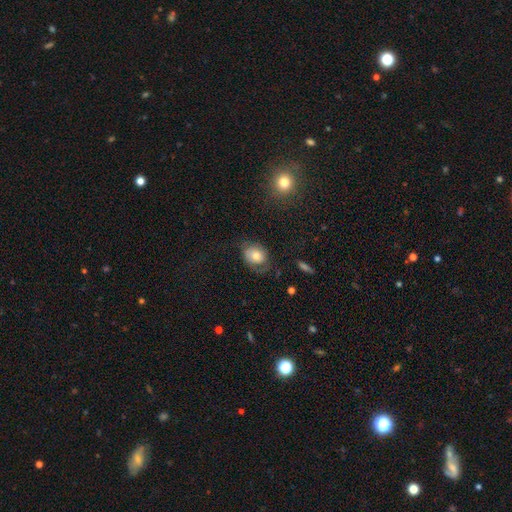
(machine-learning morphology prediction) smooth 67%, featured or disk 23%, star or artifact 10%. Down the decision tree: how rounded — in between (52%); merging — none (54%).